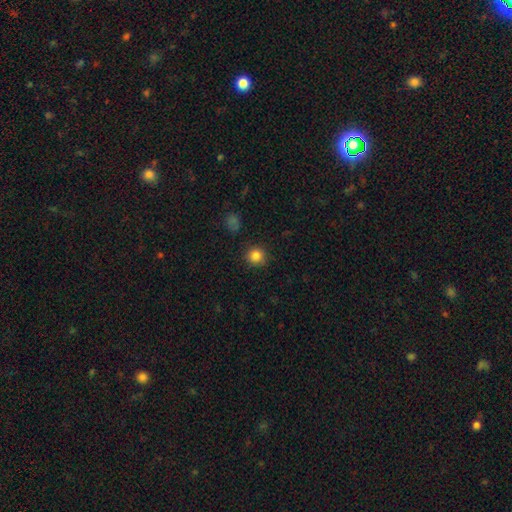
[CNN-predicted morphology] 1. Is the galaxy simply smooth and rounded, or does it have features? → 85% smooth, 11% star or artifact, 4% featured or disk.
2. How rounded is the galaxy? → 93% round, 6% in between, 1% cigar-shaped.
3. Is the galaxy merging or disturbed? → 89% none, 7% minor disturbance, 2% major disturbance, 1% merger.